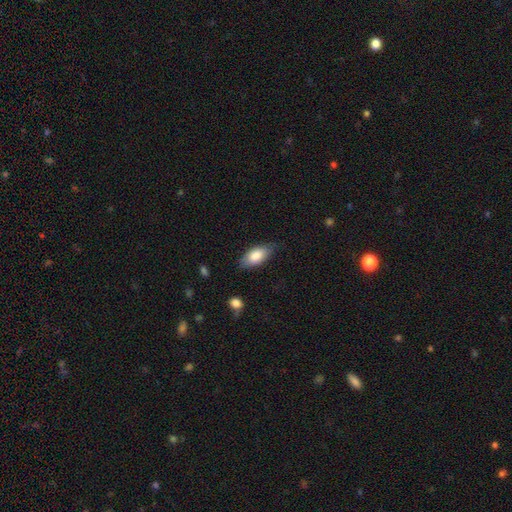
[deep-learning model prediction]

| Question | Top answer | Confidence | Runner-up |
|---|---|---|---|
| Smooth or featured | smooth | 81% | featured or disk (13%) |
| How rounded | in between | 87% | cigar-shaped (10%) |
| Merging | none | 76% | minor disturbance (19%) |